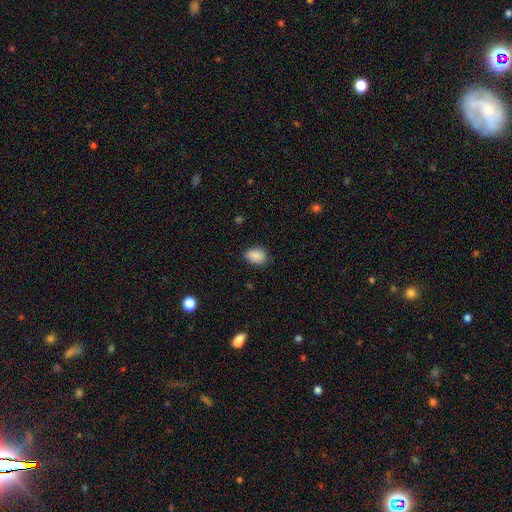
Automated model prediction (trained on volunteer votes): smooth_or_featured: smooth (p=0.88) [alt: star or artifact p=0.08]
how_rounded: in between (p=0.72) [alt: round p=0.27]
merging: none (p=0.78) [alt: minor disturbance p=0.17]